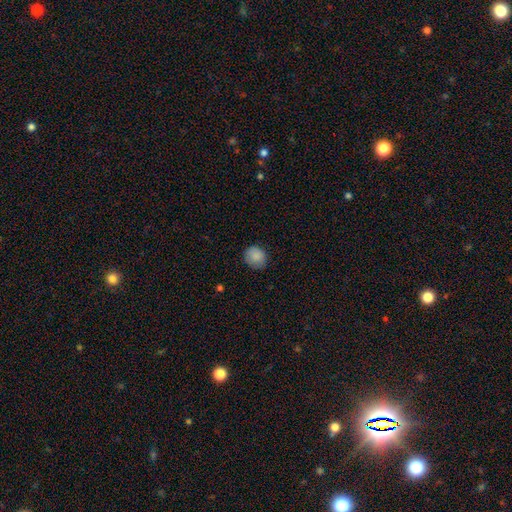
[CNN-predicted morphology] Smooth or featured: smooth — 87% (star or artifact — 8%)
How rounded: round — 73% (in between — 26%)
Merging: none — 76% (minor disturbance — 19%)